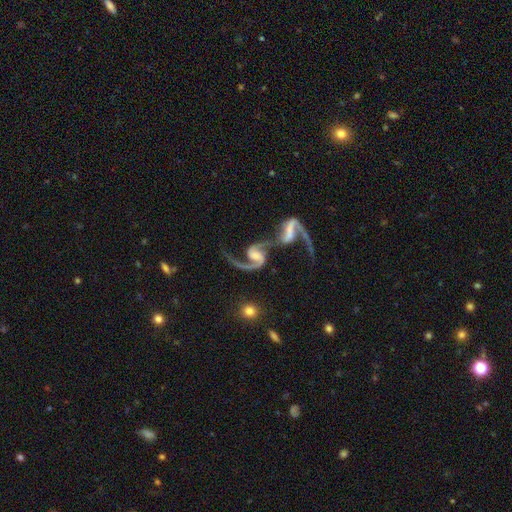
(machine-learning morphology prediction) smooth_or_featured: featured or disk (p=0.89) [alt: smooth p=0.06]
disk_edge_on: no (p=0.97) [alt: yes p=0.03]
bar: weak (p=0.39) [alt: no p=0.36]
has_spiral_arms: yes (p=0.97) [alt: no p=0.03]
spiral_winding: loose (p=0.62) [alt: medium p=0.31]
spiral_arm_count: 2 (p=0.82) [alt: 1 p=0.13]
bulge_size: moderate (p=0.31) [alt: none p=0.27]
merging: merger (p=0.68) [alt: none p=0.15]